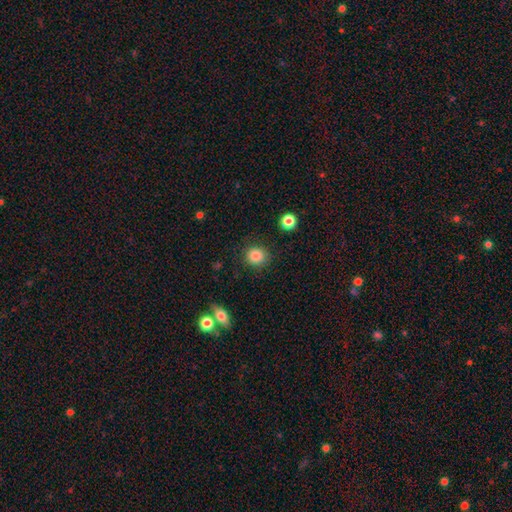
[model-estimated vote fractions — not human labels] Q: Smooth or featured?
A: smooth (85%); runner-up: star or artifact (10%)
Q: How rounded?
A: round (88%); runner-up: in between (11%)
Q: Merging?
A: none (87%); runner-up: minor disturbance (8%)